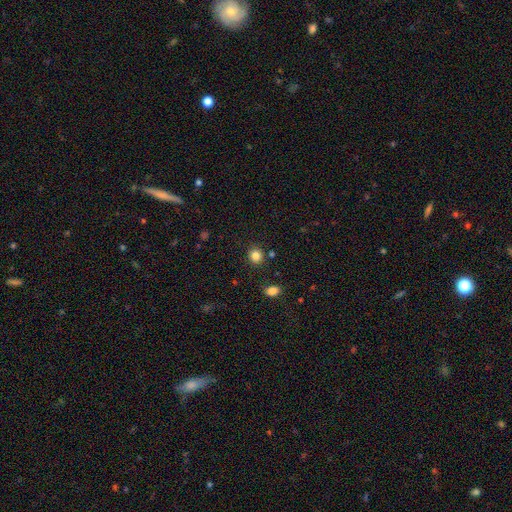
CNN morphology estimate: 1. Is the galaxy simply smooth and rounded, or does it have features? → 84% smooth, 12% star or artifact, 4% featured or disk.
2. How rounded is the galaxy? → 85% round, 14% in between, 1% cigar-shaped.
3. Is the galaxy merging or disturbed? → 86% none, 8% minor disturbance, 3% merger, 2% major disturbance.